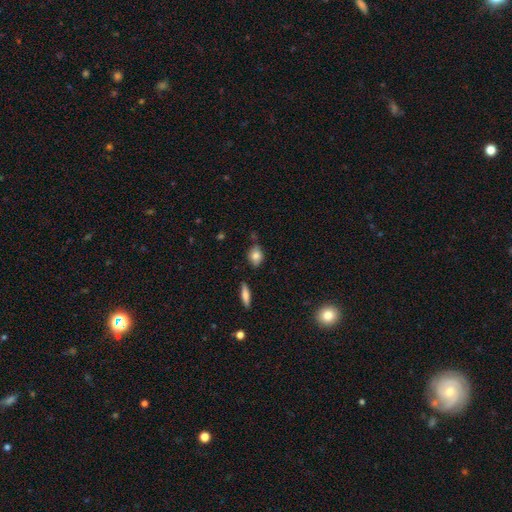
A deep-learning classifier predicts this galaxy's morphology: smooth-or-featured: smooth: 80% | featured or disk: 12% | star or artifact: 8%
  how-rounded: in between: 61% | round: 36% | cigar-shaped: 3%
  merging: none: 69% | minor disturbance: 22% | merger: 6% | major disturbance: 4%